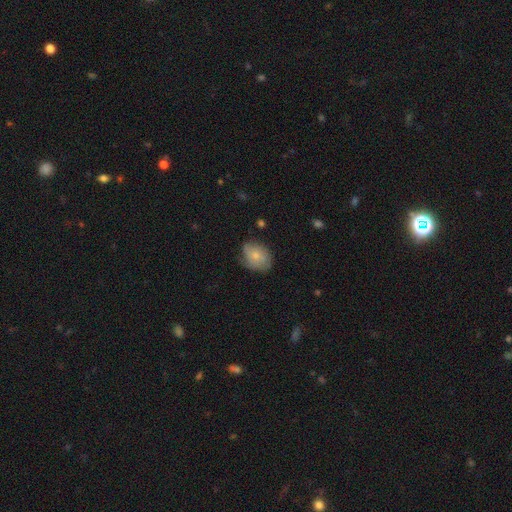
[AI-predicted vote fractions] Smooth or featured? Predicted: smooth (p=0.71). How rounded? Predicted: in between (p=0.58). Merging? Predicted: none (p=0.65).